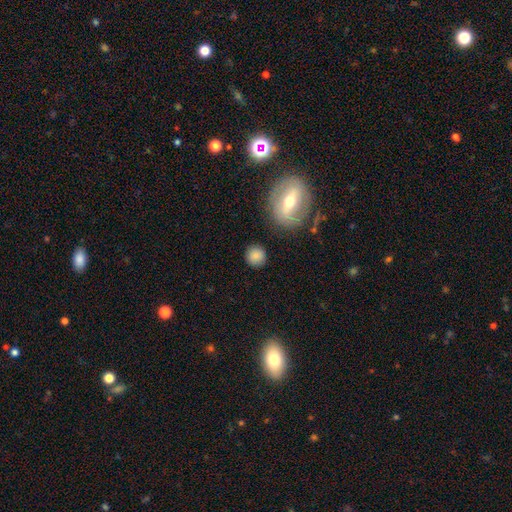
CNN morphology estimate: Smooth or featured? Predicted: smooth (p=0.81). How rounded? Predicted: round (p=0.91). Merging? Predicted: none (p=0.87).